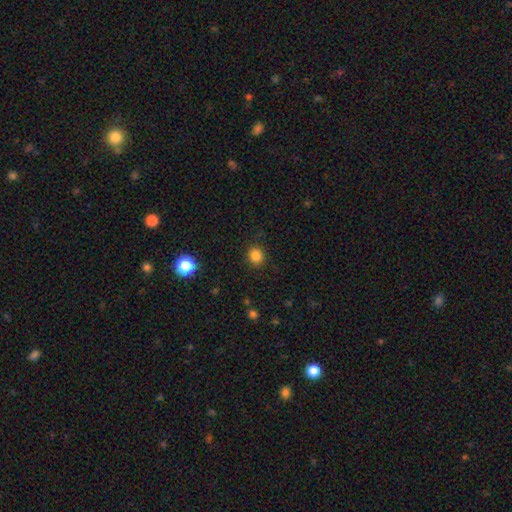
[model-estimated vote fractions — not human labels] Smooth or featured? Predicted: smooth (p=0.84). How rounded? Predicted: round (p=0.82). Merging? Predicted: none (p=0.89).